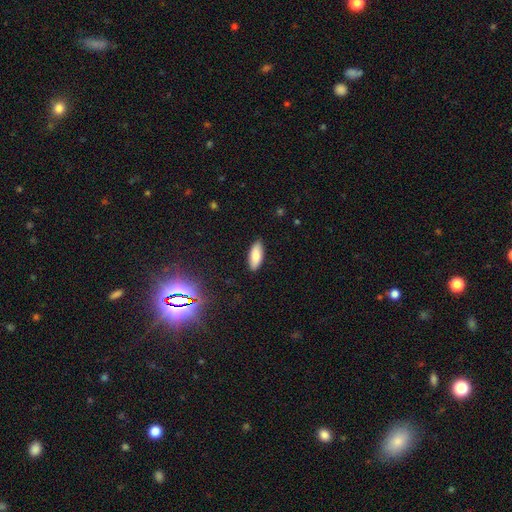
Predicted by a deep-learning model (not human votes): This is clearly a smooth galaxy (82%). How rounded: likely in between (76%). Merging: clearly none (87%).